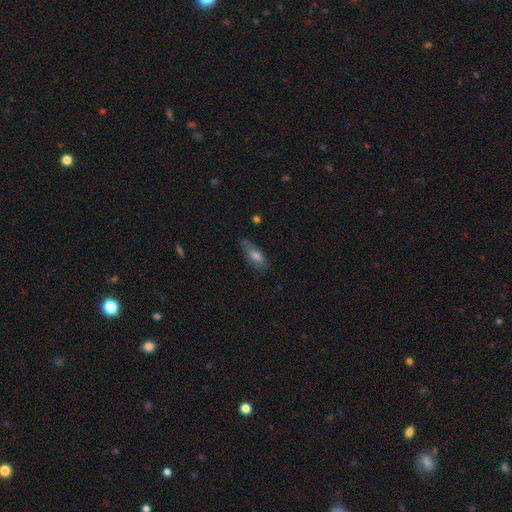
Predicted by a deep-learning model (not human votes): smooth_or_featured: smooth (p=0.67) [alt: featured or disk p=0.24]
how_rounded: in between (p=0.64) [alt: cigar-shaped p=0.32]
merging: none (p=0.63) [alt: minor disturbance p=0.28]